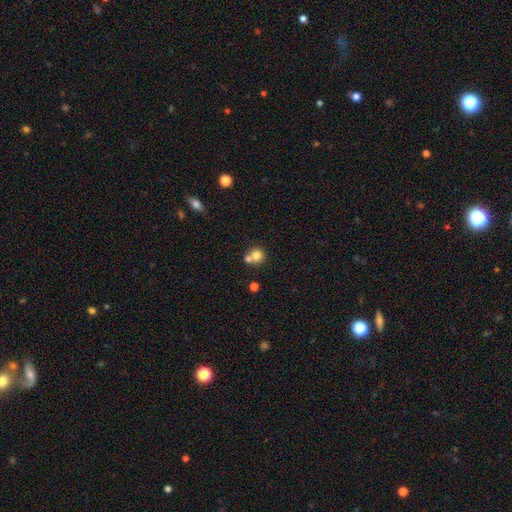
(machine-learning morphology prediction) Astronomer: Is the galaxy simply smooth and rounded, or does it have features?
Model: smooth — 77%.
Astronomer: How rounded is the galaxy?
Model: round — 87%.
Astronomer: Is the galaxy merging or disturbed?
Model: merger — 47% (runner-up: none, 43%).